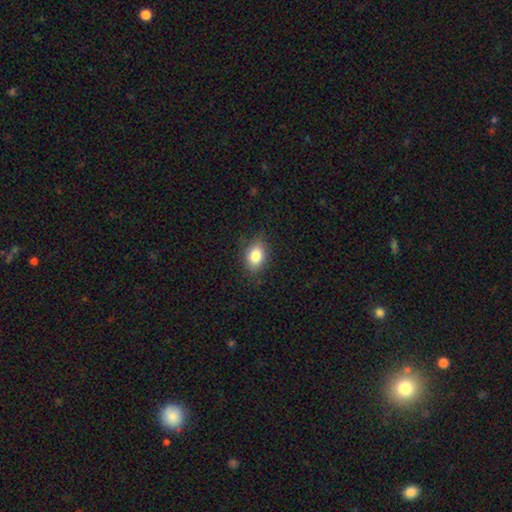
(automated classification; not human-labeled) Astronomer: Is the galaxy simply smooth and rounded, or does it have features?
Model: smooth — 83%.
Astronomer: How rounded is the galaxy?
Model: in between — 77%.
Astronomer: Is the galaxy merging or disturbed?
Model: none — 82%.